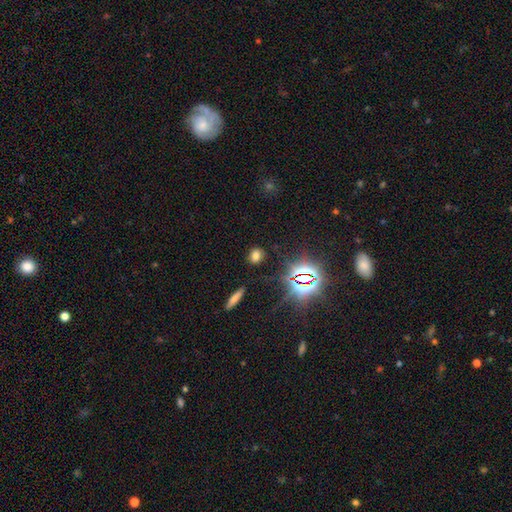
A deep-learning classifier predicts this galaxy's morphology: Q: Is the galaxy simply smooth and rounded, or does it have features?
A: smooth — 65%.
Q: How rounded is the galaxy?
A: in between — 49%.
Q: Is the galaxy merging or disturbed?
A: none — 84%.